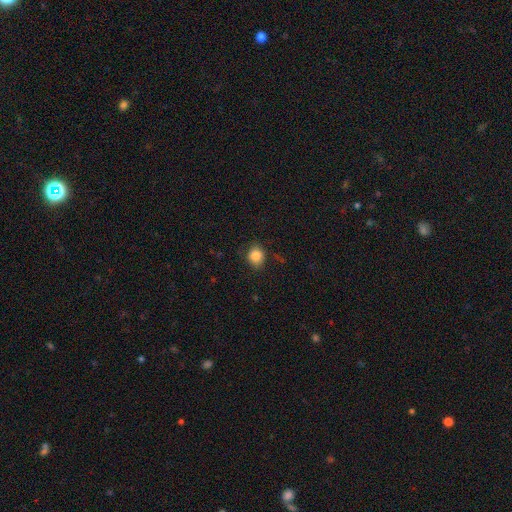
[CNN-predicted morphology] Q: Smooth or featured?
A: smooth (84%); runner-up: star or artifact (10%)
Q: How rounded?
A: round (62%); runner-up: in between (37%)
Q: Merging?
A: none (78%); runner-up: minor disturbance (17%)